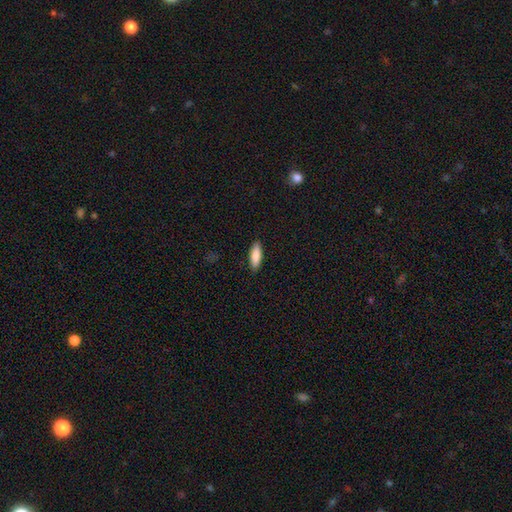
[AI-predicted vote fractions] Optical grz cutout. It shows a smooth galaxy with no disk features (87%) that is in between round and cigar-shaped (59%). Merging: none (89%).